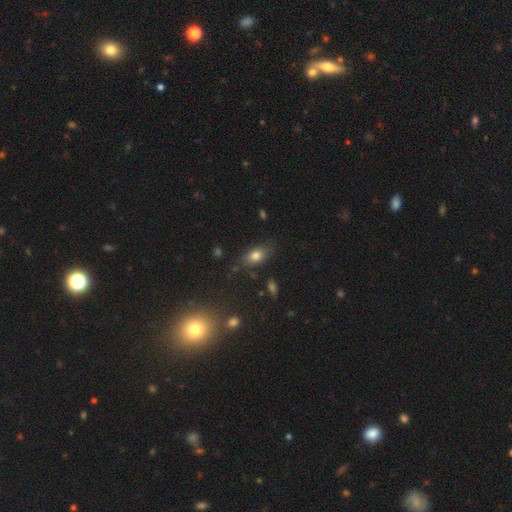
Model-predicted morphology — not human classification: A smooth galaxy with no disk features (79%) that is in between round and cigar-shaped (84%).

Vote fractions:
- Smooth or featured? smooth: 79% / featured or disk: 11% / star or artifact: 11%
- How rounded? in between: 84% / round: 12% / cigar-shaped: 5%
- Merging? none: 75% / minor disturbance: 17% / major disturbance: 4% / merger: 3%